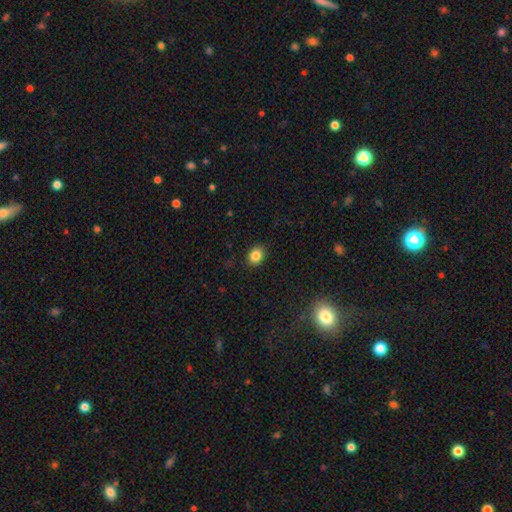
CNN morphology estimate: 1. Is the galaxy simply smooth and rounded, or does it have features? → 85% smooth, 10% star or artifact, 5% featured or disk.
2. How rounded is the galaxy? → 58% round, 41% in between, 1% cigar-shaped.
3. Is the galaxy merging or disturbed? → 88% none, 9% minor disturbance, 2% major disturbance, 1% merger.